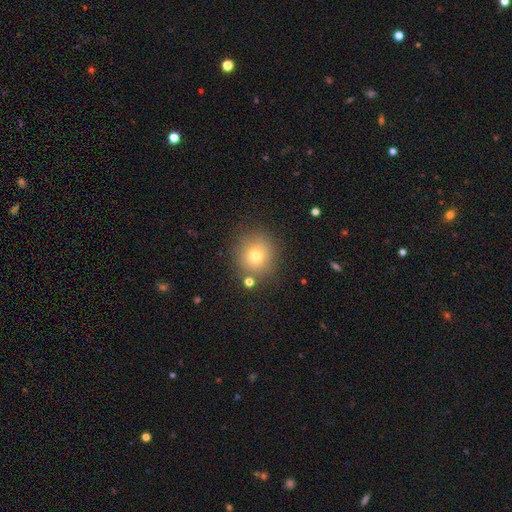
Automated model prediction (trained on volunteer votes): A smooth galaxy with no disk features (72%) that is round (90%).

Vote fractions:
- Smooth or featured? smooth: 72% / star or artifact: 15% / featured or disk: 13%
- How rounded? round: 90% / in between: 9% / cigar-shaped: 1%
- Merging? none: 82% / minor disturbance: 10% / merger: 5% / major disturbance: 4%